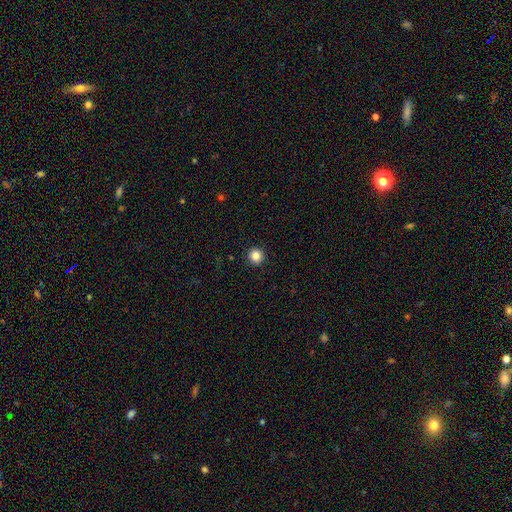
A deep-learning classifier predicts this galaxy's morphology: smooth-or-featured: smooth: 85% | star or artifact: 10% | featured or disk: 4%
  how-rounded: round: 95% | in between: 4% | cigar-shaped: 1%
  merging: none: 93% | minor disturbance: 4% | major disturbance: 2% | merger: 1%